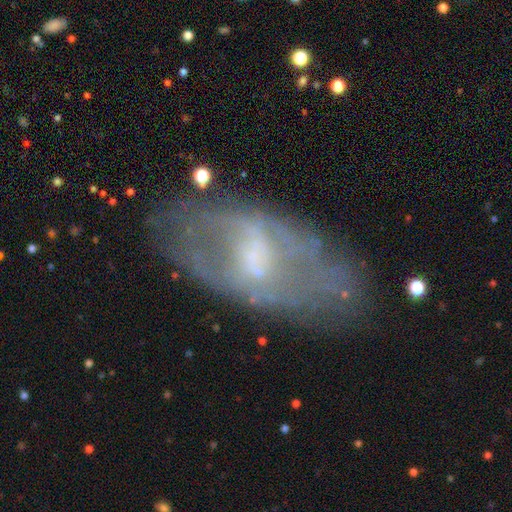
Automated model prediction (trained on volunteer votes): A featured or disk galaxy (64%) with a weak bar (42%), no spiral arms (52%) and a small central bulge (44%).

Vote fractions:
- Smooth or featured? featured or disk: 64% / smooth: 26% / star or artifact: 10%
- Edge-on disk? no: 90% / yes: 10%
- Bar? weak: 42% / no: 40% / strong: 18%
- Spiral arms? no: 52% / yes: 48%
- Bulge size? small: 44% / none: 31% / moderate: 21% / large: 4% / dominant: 1%
- Merging? none: 62% / minor disturbance: 21% / major disturbance: 14% / merger: 3%